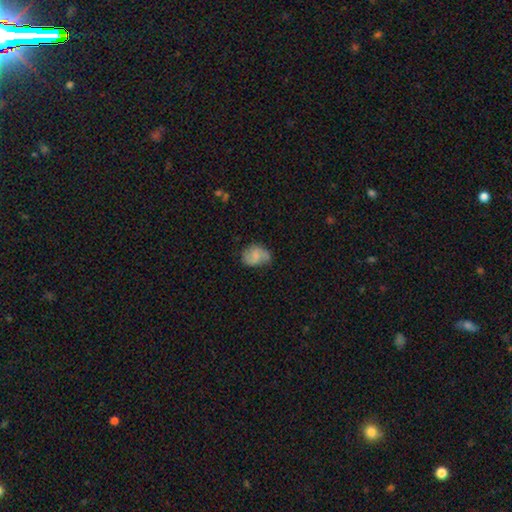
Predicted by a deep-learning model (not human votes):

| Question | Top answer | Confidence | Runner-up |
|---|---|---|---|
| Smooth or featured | smooth | 48% | featured or disk (44%) |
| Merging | none | 57% | minor disturbance (30%) |